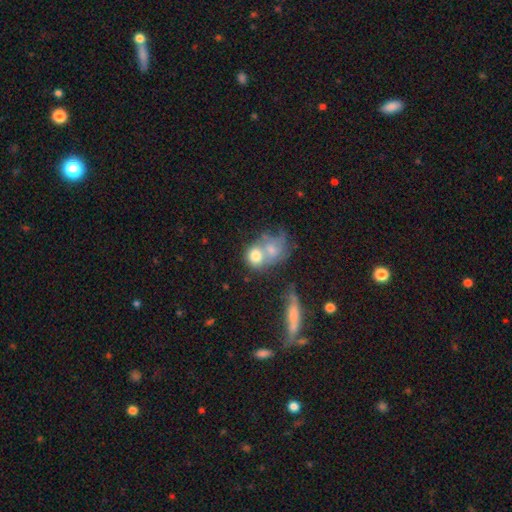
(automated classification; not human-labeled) Smooth or featured? Predicted: smooth (p=0.68). How rounded? Predicted: round (p=0.59). Merging? Predicted: merger (p=0.62).